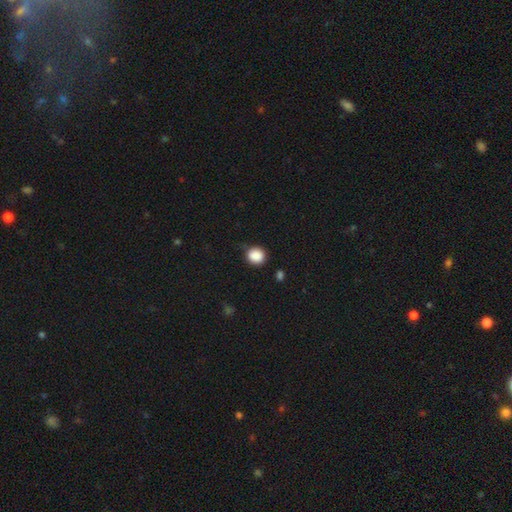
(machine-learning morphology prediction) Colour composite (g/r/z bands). It shows a smooth galaxy with no disk features (88%) that is round (82%). Merging: none (78%).